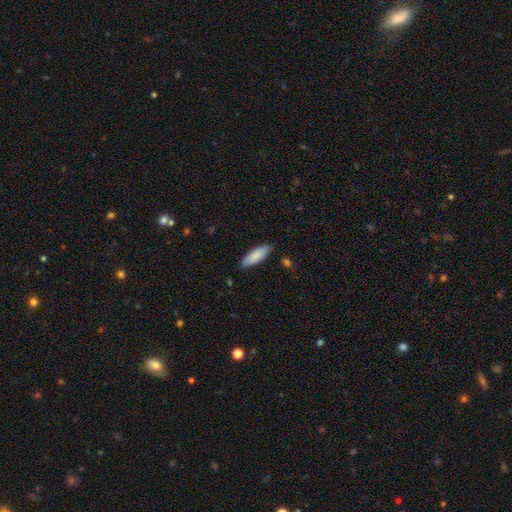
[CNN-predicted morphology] smooth-or-featured: smooth: 87% | featured or disk: 7% | star or artifact: 5%
  how-rounded: in between: 57% | cigar-shaped: 41% | round: 1%
  merging: none: 85% | minor disturbance: 11% | major disturbance: 2% | merger: 1%